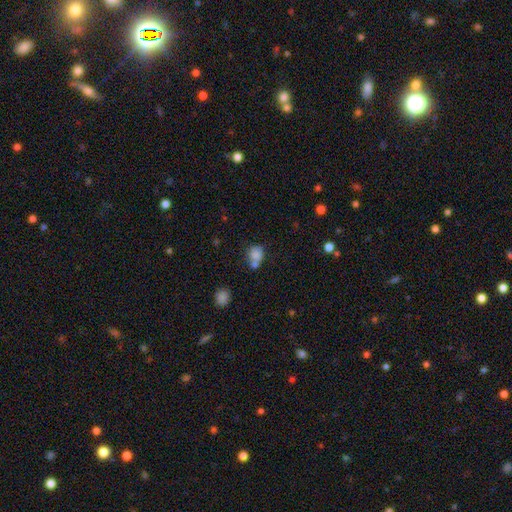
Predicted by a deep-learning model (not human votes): Q: Smooth or featured?
A: smooth (79%); runner-up: star or artifact (11%)
Q: How rounded?
A: round (62%); runner-up: in between (37%)
Q: Merging?
A: merger (39%); runner-up: none (38%)